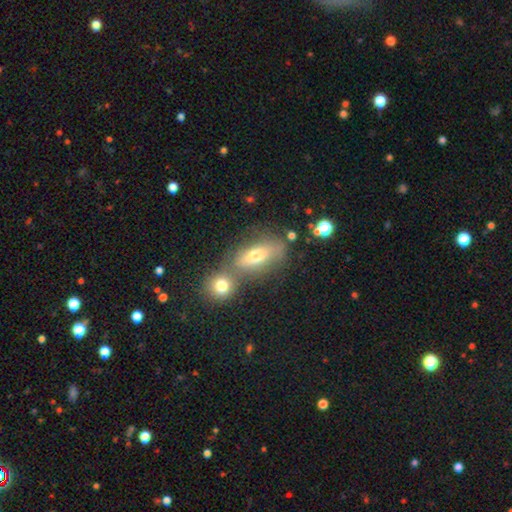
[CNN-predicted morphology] type=smooth (64%); roundness=in between (75%); merging=none (43%).